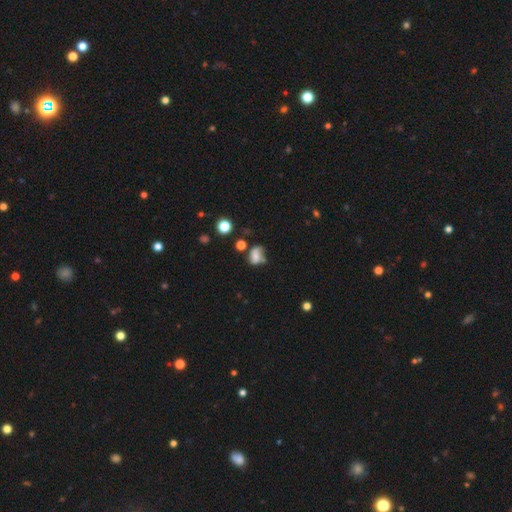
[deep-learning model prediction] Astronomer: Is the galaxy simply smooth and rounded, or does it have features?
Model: smooth — 66%.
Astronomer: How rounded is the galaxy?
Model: in between — 65%.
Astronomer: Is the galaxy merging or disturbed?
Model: none — 37% (runner-up: minor disturbance, 27%).